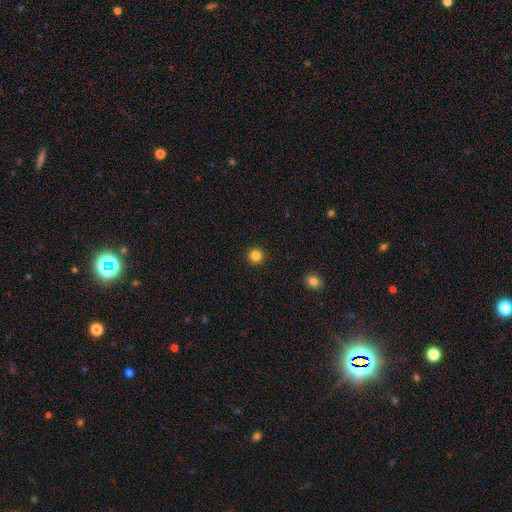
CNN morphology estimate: Overall: smooth (84%). How rounded: round (95%). Merging: none (93%).